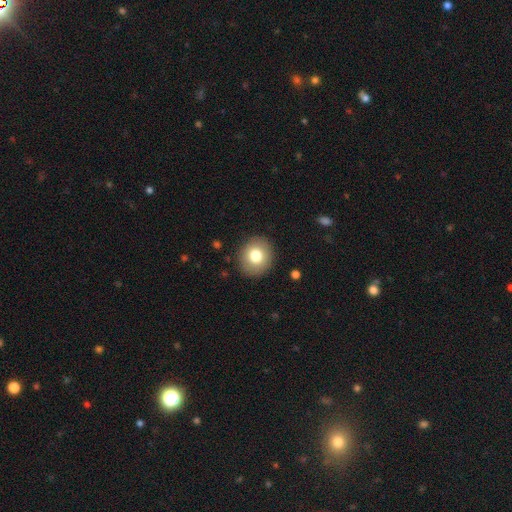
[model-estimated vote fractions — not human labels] The model was most divided on "how rounded": round: 80%, in between: 19%, cigar-shaped: 1%. More confident: merging — none (90%); smooth or featured — smooth (78%).